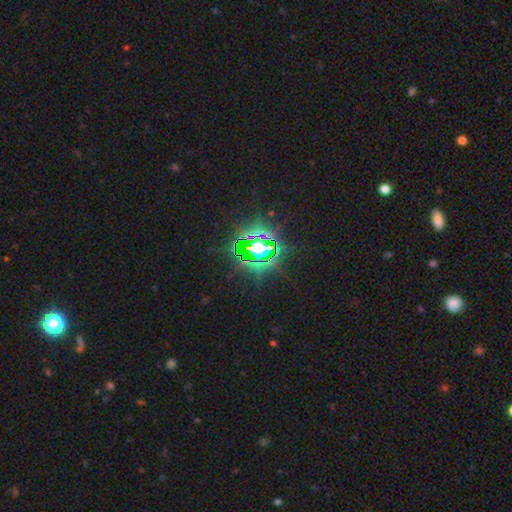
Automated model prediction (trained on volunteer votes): Smooth or featured? Predicted: star or artifact (p=0.82).